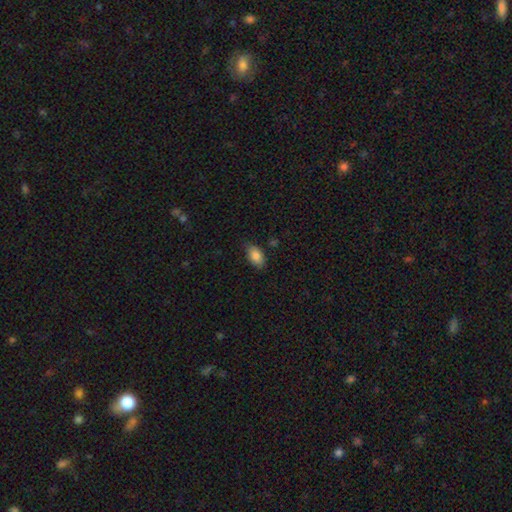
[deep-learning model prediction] Overall: smooth (83%). How rounded: in between (91%). Merging: none (78%).